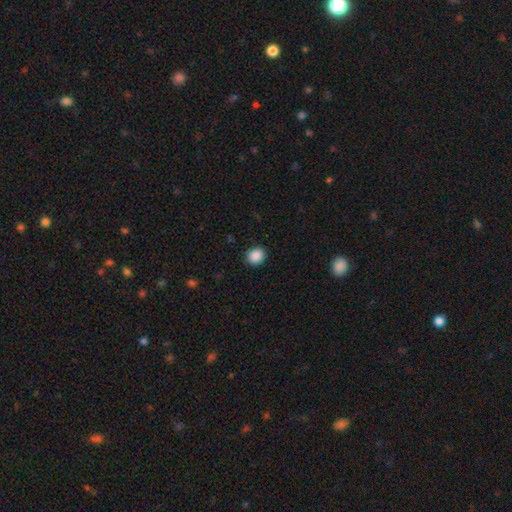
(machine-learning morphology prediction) A smooth galaxy with no disk features (88%) that is round (78%).

Vote fractions:
- Smooth or featured? smooth: 88% / star or artifact: 9% / featured or disk: 3%
- How rounded? round: 78% / in between: 21% / cigar-shaped: 1%
- Merging? none: 90% / minor disturbance: 7% / major disturbance: 2% / merger: 1%